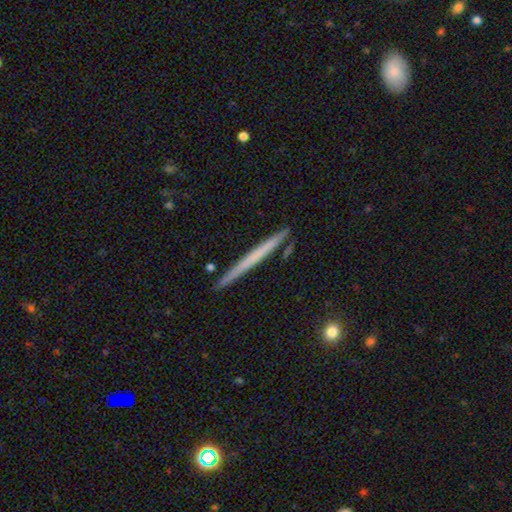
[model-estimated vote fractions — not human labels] Smooth or featured? featured or disk (47%, tied with smooth)
Merging? none (91%)